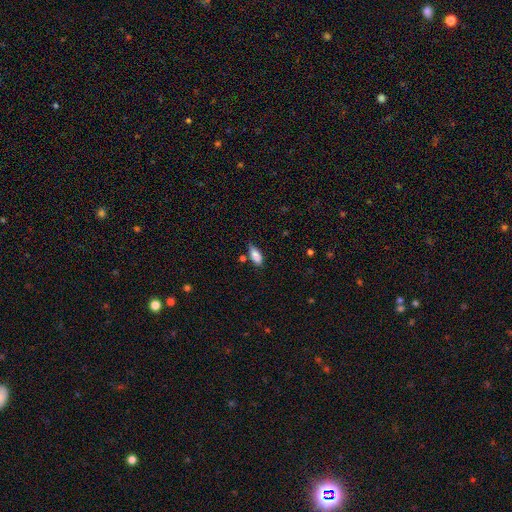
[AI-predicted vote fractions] Smooth or featured? Predicted: smooth (p=0.86). How rounded? Predicted: in between (p=0.85). Merging? Predicted: none (p=0.61).